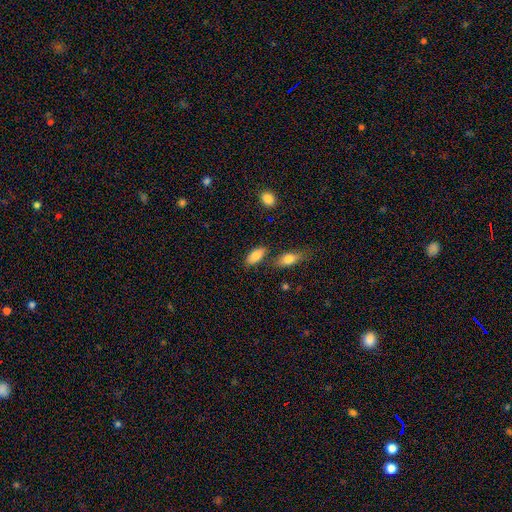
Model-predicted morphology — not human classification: smooth 84%, featured or disk 9%, star or artifact 7%. Down the decision tree: how rounded — in between (88%); merging — none (75%).